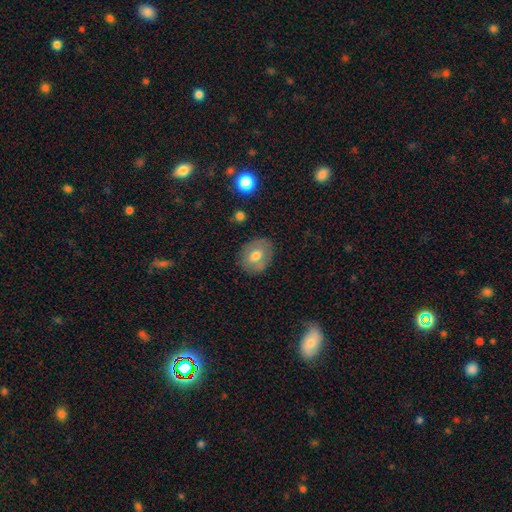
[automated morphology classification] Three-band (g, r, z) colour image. It shows a smooth galaxy with no disk features (64%) that is in between round and cigar-shaped (52%). Merging: none (78%).